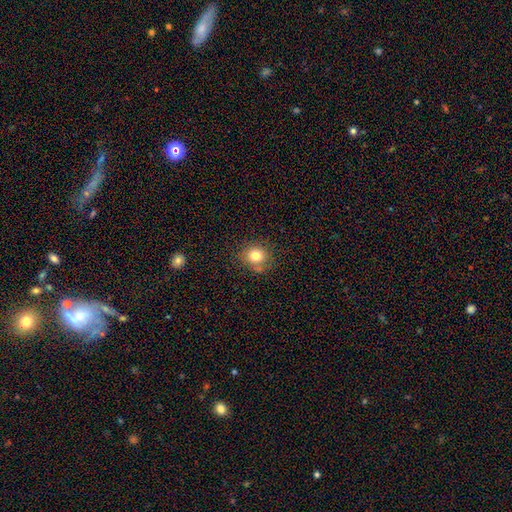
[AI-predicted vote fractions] Overall: smooth (79%). How rounded: round (82%). Merging: none (76%).